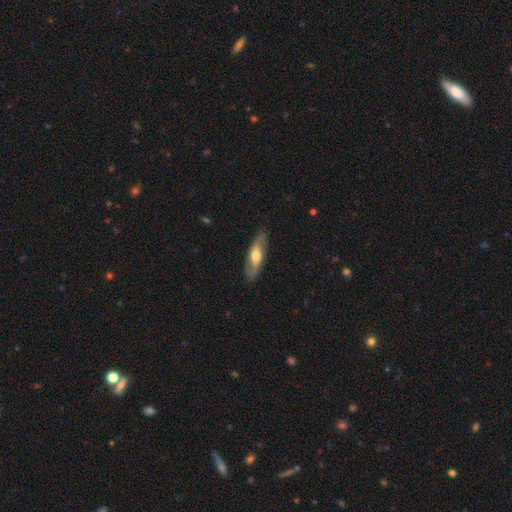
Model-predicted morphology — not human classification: Smooth or featured: featured or disk — 64% (smooth — 31%)
Edge-on disk: no — 74% (yes — 26%)
Merging: none — 84% (minor disturbance — 12%)